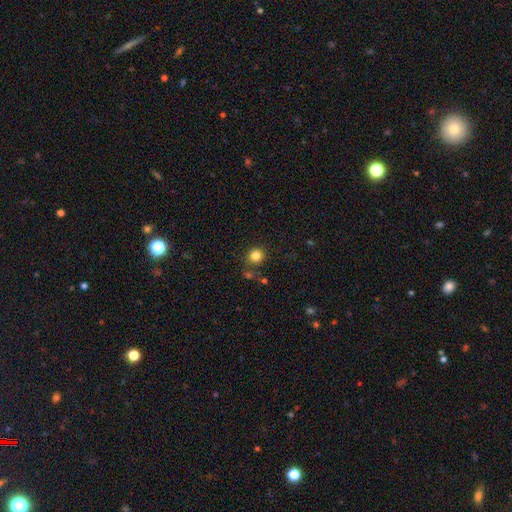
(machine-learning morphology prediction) A smooth galaxy with no disk features (82%) that is round (88%). Merging: none (82%).